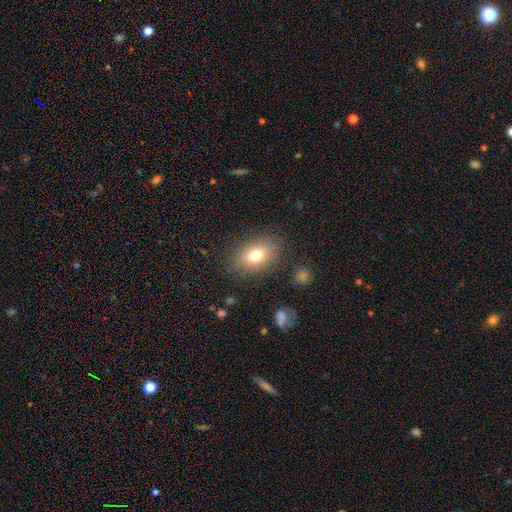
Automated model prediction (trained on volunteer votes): Smooth or featured?
  - smooth: 74% *
  - featured or disk: 15%
  - star or artifact: 10%
How rounded?
  - in between: 82% *
  - round: 16%
  - cigar-shaped: 2%
Merging?
  - none: 83% *
  - minor disturbance: 11%
  - major disturbance: 4%
  - merger: 2%